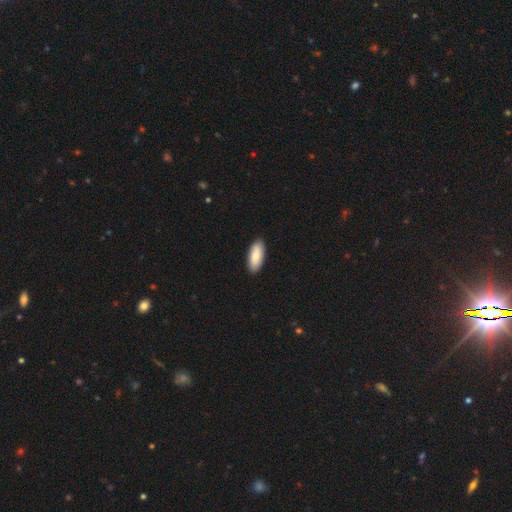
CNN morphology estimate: Smooth or featured: smooth — 86% (featured or disk — 9%)
How rounded: in between — 84% (cigar-shaped — 15%)
Merging: none — 91% (minor disturbance — 7%)